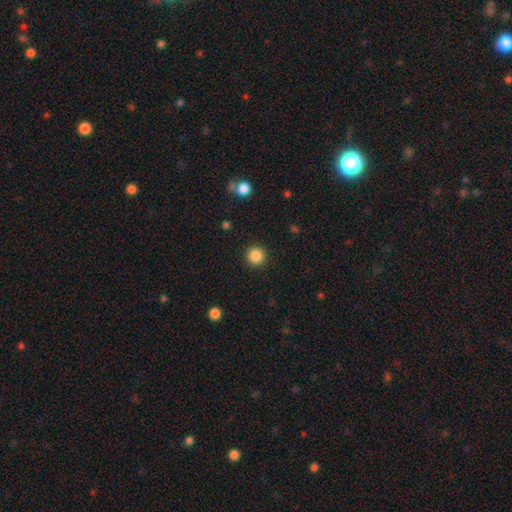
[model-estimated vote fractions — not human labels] A smooth galaxy with no disk features (86%) that is round (95%). Merging: none (92%).